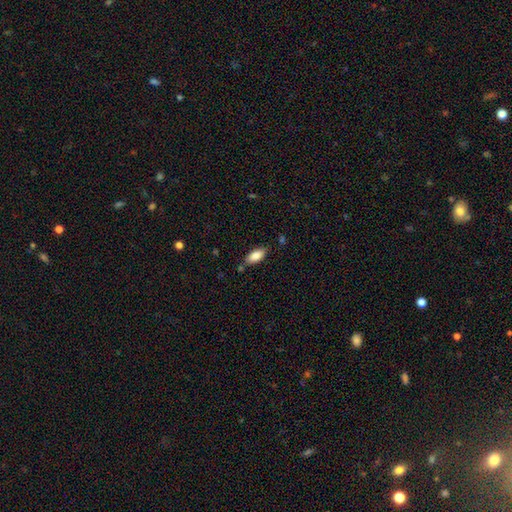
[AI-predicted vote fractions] Q: Smooth or featured?
A: smooth (84%); runner-up: featured or disk (9%)
Q: How rounded?
A: in between (87%); runner-up: cigar-shaped (11%)
Q: Merging?
A: none (76%); runner-up: minor disturbance (16%)